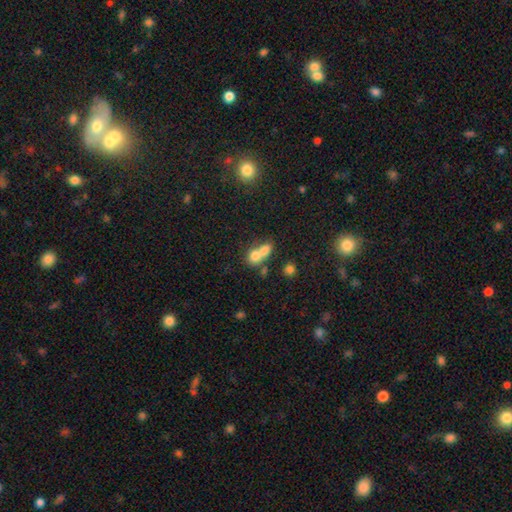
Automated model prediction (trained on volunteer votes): Smooth or featured: smooth — 72% (featured or disk — 17%)
How rounded: round — 56% (in between — 42%)
Merging: merger — 70% (none — 21%)